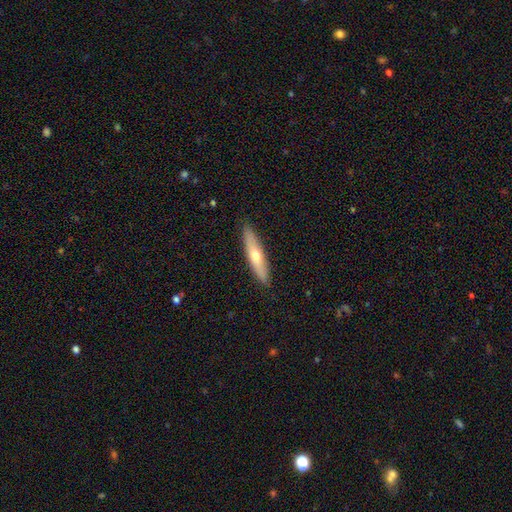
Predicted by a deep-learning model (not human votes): Overall: smooth (50%; featured or disk 45%). Merging: none (90%).